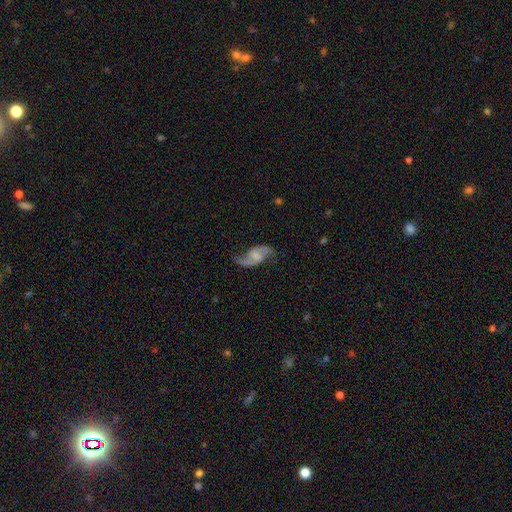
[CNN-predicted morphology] smooth-or-featured: featured or disk: 79% | smooth: 15% | star or artifact: 6%
  disk-edge-on: no: 97% | yes: 3%
    bar: weak: 50% | no: 31% | strong: 18%
    has-spiral-arms: yes: 93% | no: 7%
      spiral-winding: loose: 61% | medium: 31% | tight: 8%
      spiral-arm-count: 2: 89% | 1: 5% | can't tell: 4% | 3: 1% | 4: 1% | more than 4: 1%
    bulge-size: small: 35% | none: 34% | moderate: 25% | large: 5% | dominant: 1%
  merging: none: 63% | minor disturbance: 21% | major disturbance: 14% | merger: 2%